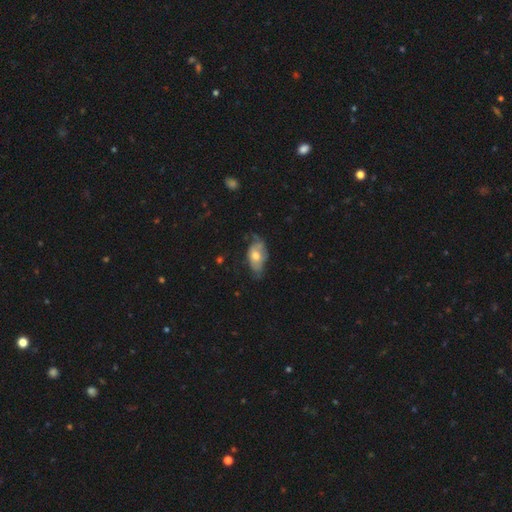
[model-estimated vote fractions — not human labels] Q: Smooth or featured?
A: smooth (55%); runner-up: featured or disk (38%)
Q: How rounded?
A: in between (90%); runner-up: round (6%)
Q: Merging?
A: none (40%); runner-up: minor disturbance (39%)